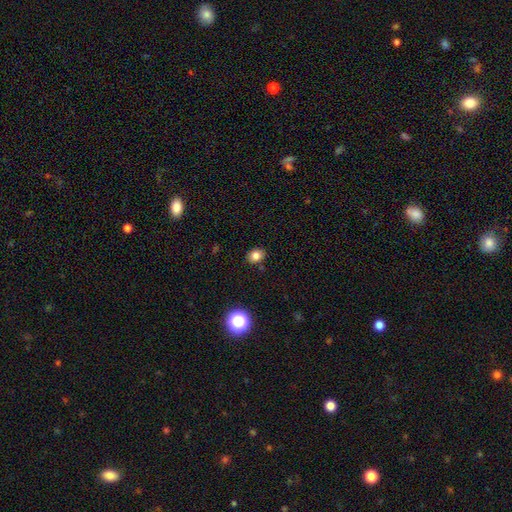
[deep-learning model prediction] This is likely a smooth galaxy (79%). How rounded: possibly round (51%). Merging: clearly none (86%).